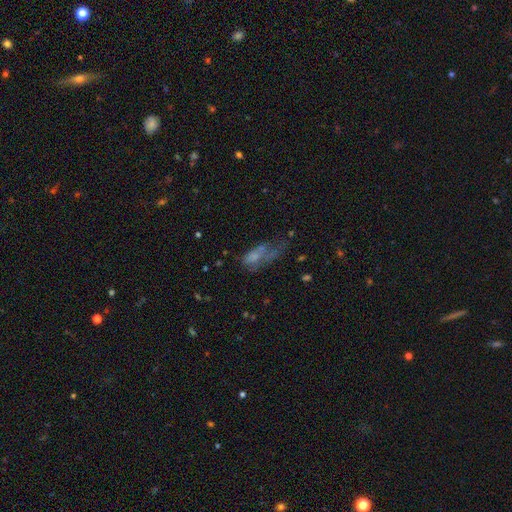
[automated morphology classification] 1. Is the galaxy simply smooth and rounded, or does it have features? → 51% smooth, 35% featured or disk, 14% star or artifact.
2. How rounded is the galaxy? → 77% in between, 18% cigar-shaped, 6% round.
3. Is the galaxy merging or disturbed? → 48% major disturbance, 22% none, 19% minor disturbance, 12% merger.